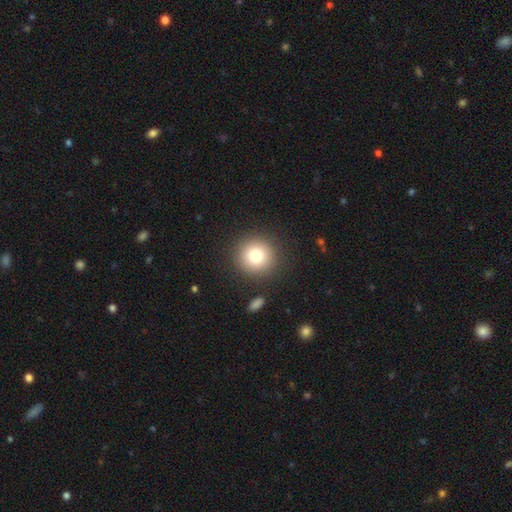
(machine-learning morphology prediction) smooth_or_featured: smooth (p=0.80) [alt: star or artifact p=0.11]
how_rounded: round (p=0.94) [alt: in between p=0.05]
merging: none (p=0.88) [alt: minor disturbance p=0.06]